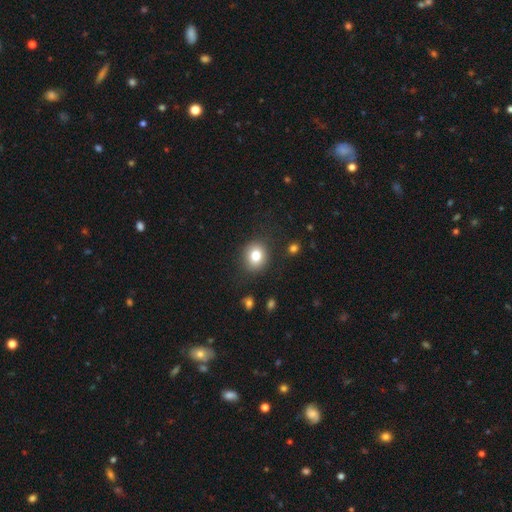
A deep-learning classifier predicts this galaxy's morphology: Smooth or featured? smooth (79%)
How rounded? round (72%)
Merging? none (86%)